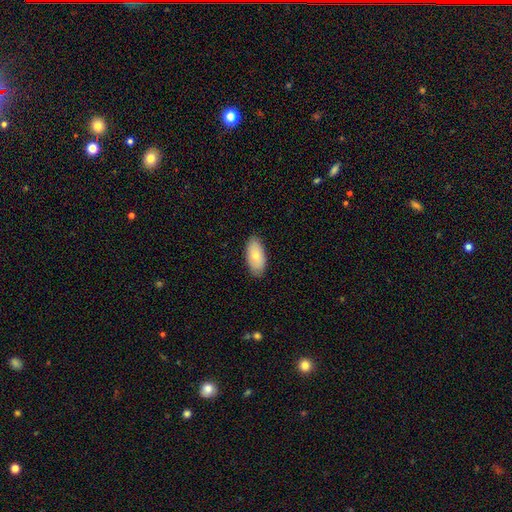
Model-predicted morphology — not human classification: type=smooth (76%); roundness=in between (93%); merging=none (86%).